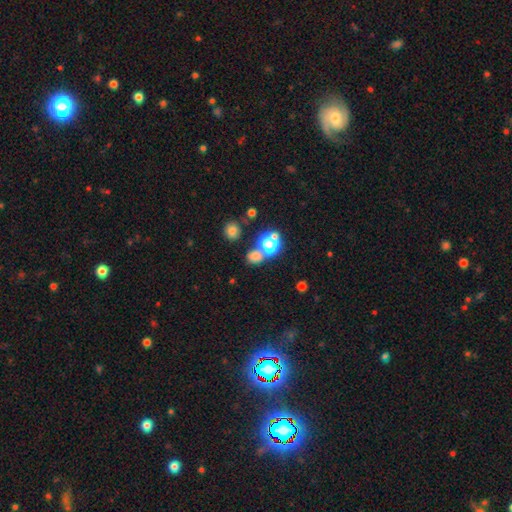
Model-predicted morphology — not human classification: smooth 63%, star or artifact 30%, featured or disk 7%. Down the decision tree: how rounded — round (64%); merging — none (60%).